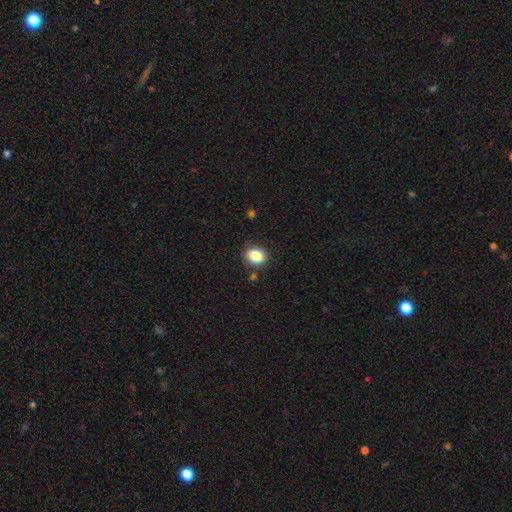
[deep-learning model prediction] Smooth or featured? smooth (85%)
How rounded? round (56%)
Merging? none (85%)